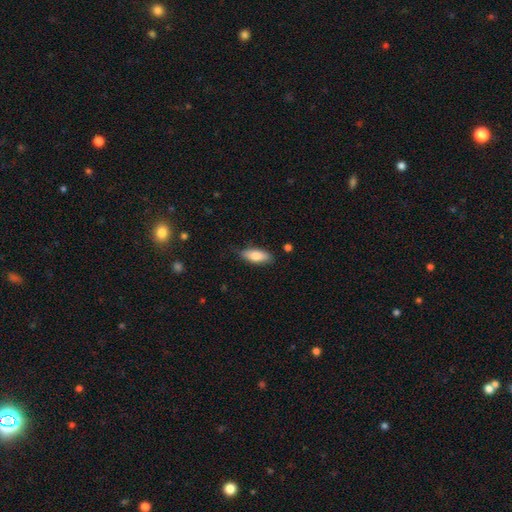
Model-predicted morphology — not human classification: smooth 81%, featured or disk 13%, star or artifact 6%. Down the decision tree: how rounded — in between (77%); merging — none (80%).